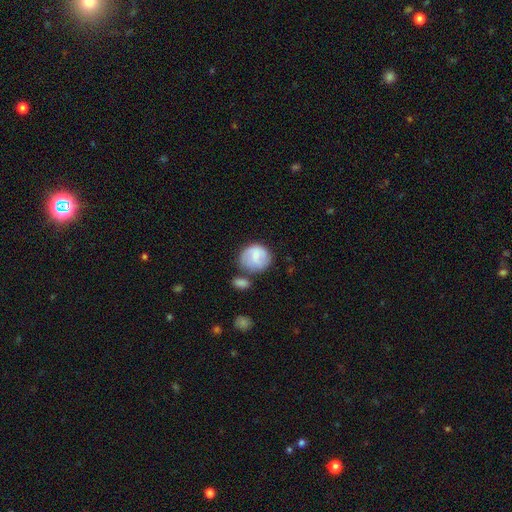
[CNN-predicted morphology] Smooth or featured? Predicted: smooth (p=0.67). How rounded? Predicted: round (p=0.81). Merging? Predicted: none (p=0.50).